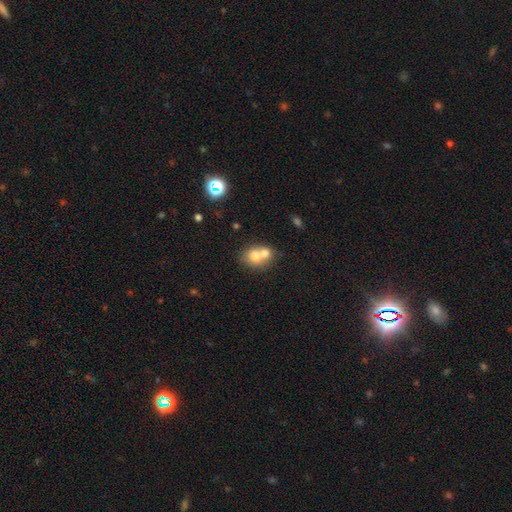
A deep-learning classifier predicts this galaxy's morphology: Smooth or featured? Predicted: smooth (p=0.69). How rounded? Predicted: round (p=0.64). Merging? Predicted: merger (p=0.64).